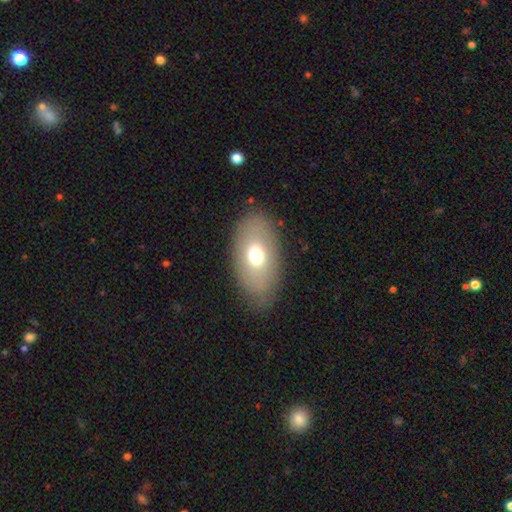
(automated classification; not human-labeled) smooth_or_featured: smooth (p=0.67) [alt: featured or disk p=0.24]
how_rounded: in between (p=0.91) [alt: round p=0.07]
merging: none (p=0.81) [alt: minor disturbance p=0.13]